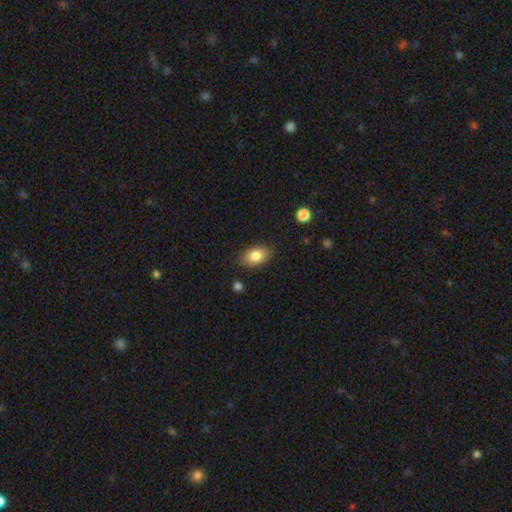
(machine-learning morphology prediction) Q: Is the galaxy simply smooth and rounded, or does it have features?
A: smooth — 84%.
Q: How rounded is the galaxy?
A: in between — 87%.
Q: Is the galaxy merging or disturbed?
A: none — 85%.